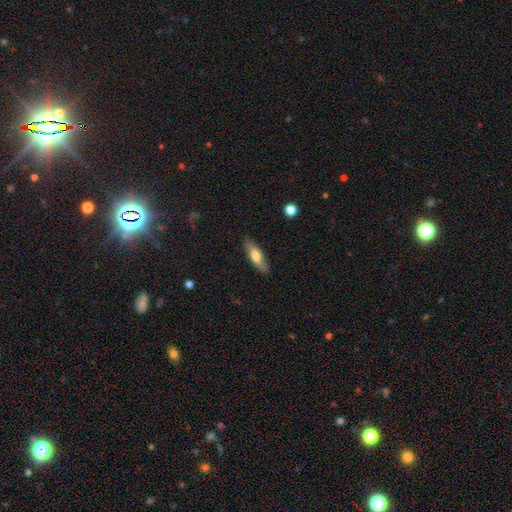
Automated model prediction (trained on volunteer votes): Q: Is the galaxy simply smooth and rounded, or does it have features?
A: smooth — 62%.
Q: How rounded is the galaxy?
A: in between — 52%.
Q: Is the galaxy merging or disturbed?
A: none — 83%.